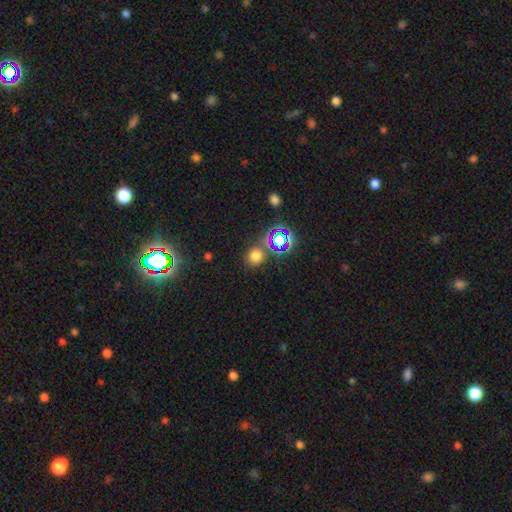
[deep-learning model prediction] Q: Smooth or featured?
A: smooth (65%); runner-up: star or artifact (29%)
Q: How rounded?
A: round (83%); runner-up: in between (16%)
Q: Merging?
A: none (74%); runner-up: merger (11%)